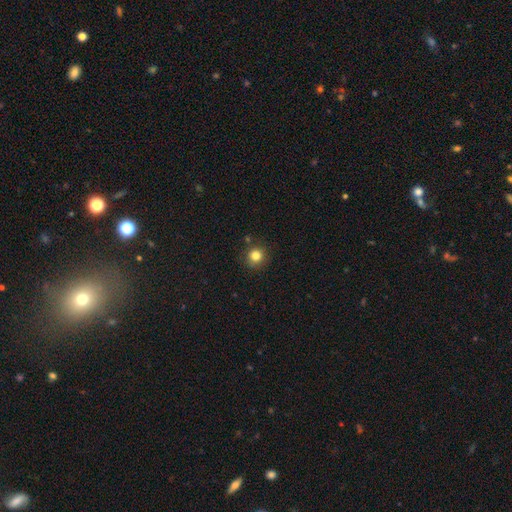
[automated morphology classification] Smooth or featured: smooth — 82% (star or artifact — 12%)
How rounded: round — 92% (in between — 7%)
Merging: none — 87% (minor disturbance — 8%)